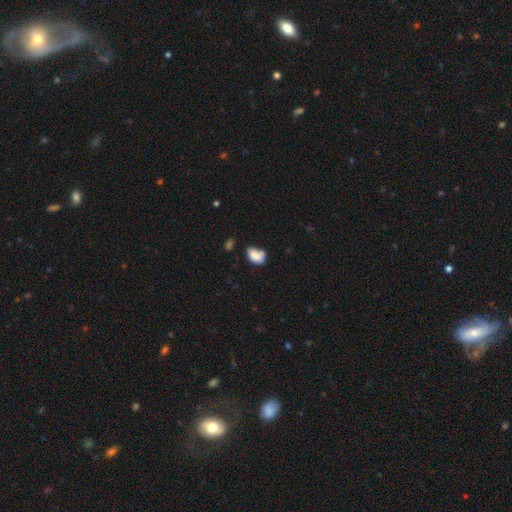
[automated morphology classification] The model was most divided on "merging": none: 42%, minor disturbance: 32%, merger: 17%, major disturbance: 9%. More confident: how rounded — in between (89%); smooth or featured — smooth (80%).